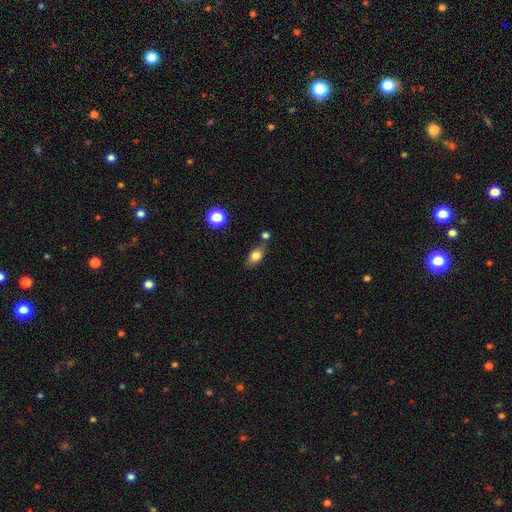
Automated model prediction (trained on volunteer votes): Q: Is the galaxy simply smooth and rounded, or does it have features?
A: smooth — 77%.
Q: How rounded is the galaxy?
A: in between — 80%.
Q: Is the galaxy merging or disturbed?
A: none — 70%.